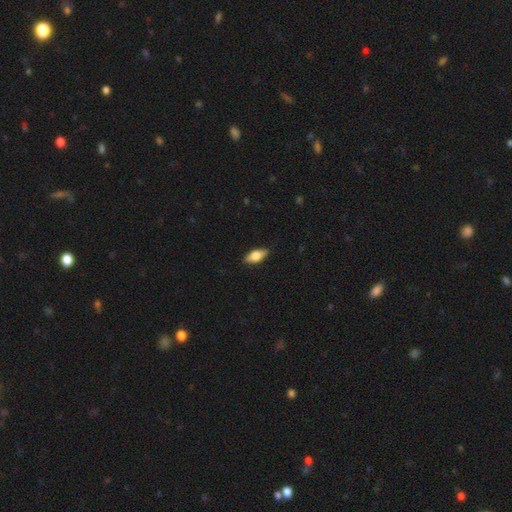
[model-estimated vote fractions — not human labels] smooth 68%, featured or disk 26%, star or artifact 6%. Down the decision tree: how rounded — in between (81%); merging — none (87%).